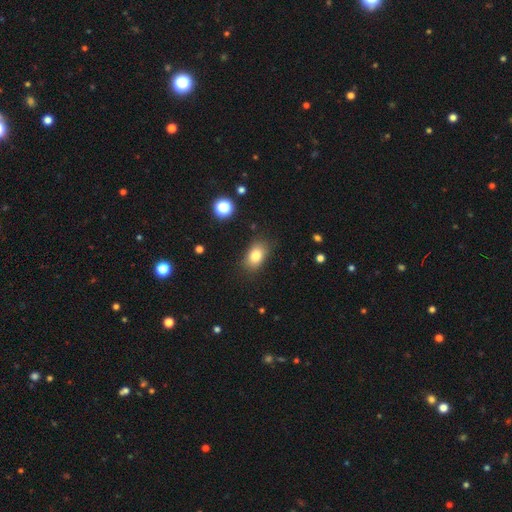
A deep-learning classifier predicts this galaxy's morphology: Q: Smooth or featured?
A: smooth (80%); runner-up: star or artifact (10%)
Q: How rounded?
A: in between (81%); runner-up: round (18%)
Q: Merging?
A: none (83%); runner-up: minor disturbance (12%)